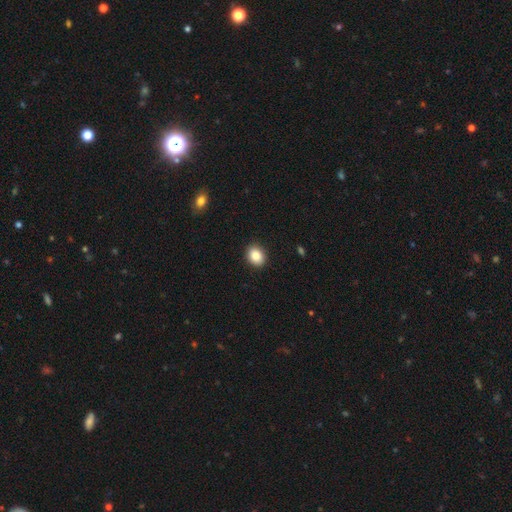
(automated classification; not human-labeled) A smooth galaxy with no disk features (87%) that is round (51%). Merging: none (91%).